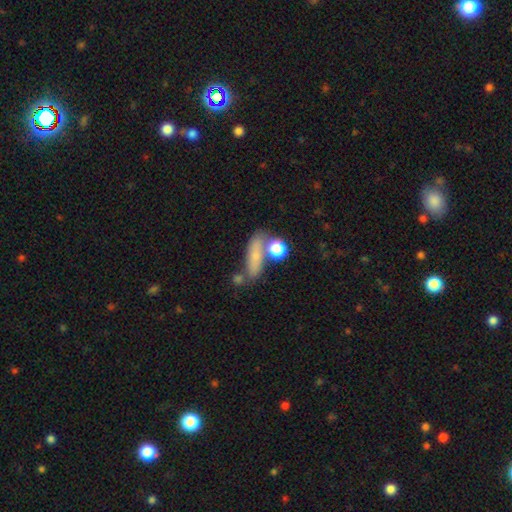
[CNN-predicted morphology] A smooth galaxy with no disk features (67%) that is cigar-shaped (44%). Merging: none (55%).